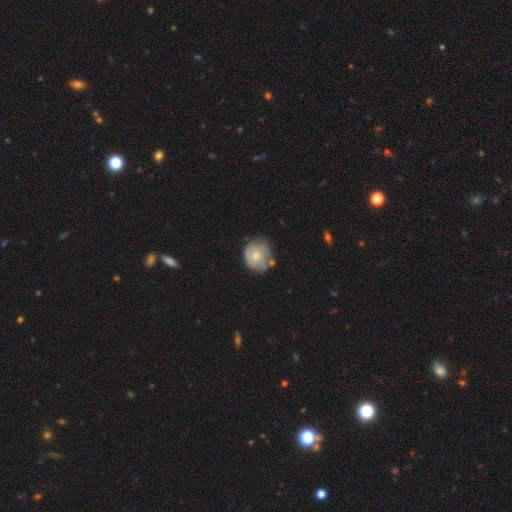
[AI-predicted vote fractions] Q: Smooth or featured?
A: smooth (47%); runner-up: featured or disk (46%)
Q: Merging?
A: none (59%); runner-up: minor disturbance (27%)